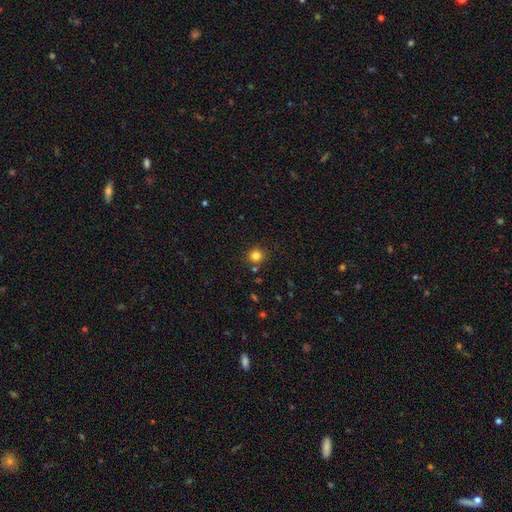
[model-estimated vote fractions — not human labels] smooth_or_featured: smooth (p=0.82) [alt: star or artifact p=0.13]
how_rounded: round (p=0.91) [alt: in between p=0.08]
merging: none (p=0.86) [alt: minor disturbance p=0.08]